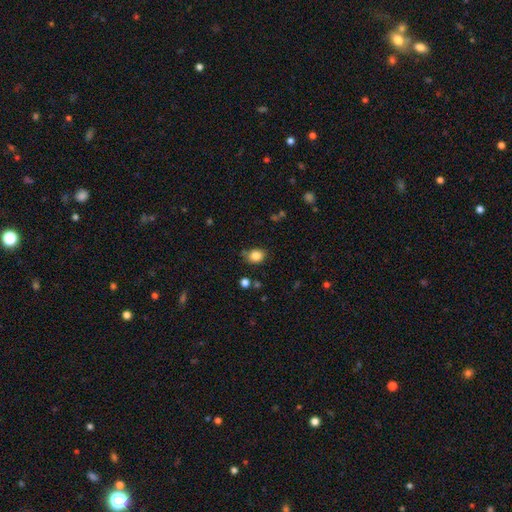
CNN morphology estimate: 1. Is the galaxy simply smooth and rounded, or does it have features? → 84% smooth, 10% star or artifact, 5% featured or disk.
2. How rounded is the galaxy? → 51% in between, 48% round, 1% cigar-shaped.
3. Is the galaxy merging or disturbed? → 76% none, 16% minor disturbance, 4% merger, 4% major disturbance.